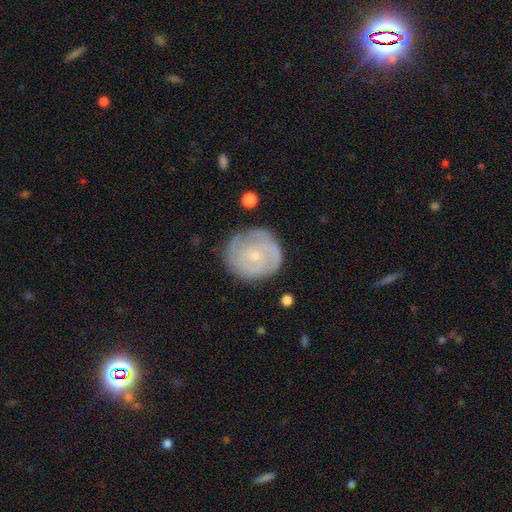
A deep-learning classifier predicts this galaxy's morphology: A featured or disk galaxy (74%) with no bar (70%), tight (68%) spiral arms (89%) and a small central bulge (79%).

Vote fractions:
- Smooth or featured? featured or disk: 74% / smooth: 20% / star or artifact: 6%
- Edge-on disk? no: 98% / yes: 2%
- Bar? no: 70% / weak: 25% / strong: 4%
- Spiral arms? yes: 89% / no: 11%
- Spiral winding? tight: 68% / medium: 25% / loose: 7%
- Spiral arm count? can't tell: 34% / 2: 32% / 3: 19% / 4: 6% / 1: 5% / more than 4: 4%
- Bulge size? small: 79% / moderate: 17% / none: 3% / large: 1% / dominant: 1%
- Merging? none: 76% / minor disturbance: 17% / major disturbance: 5% / merger: 2%